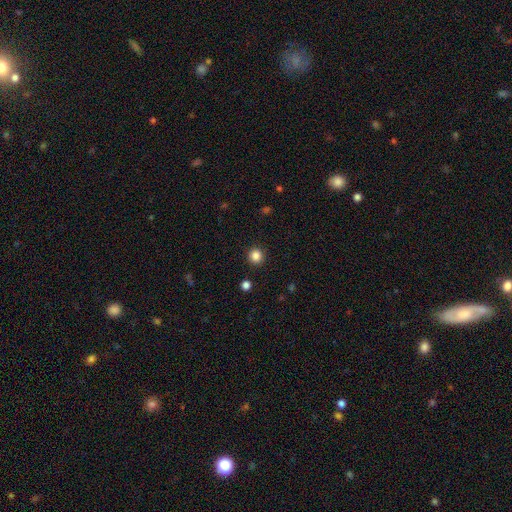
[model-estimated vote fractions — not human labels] smooth 85%, star or artifact 12%, featured or disk 3%. Down the decision tree: how rounded — round (93%); merging — none (92%).